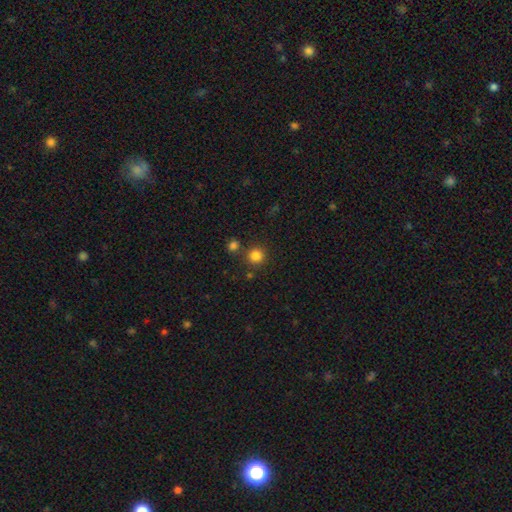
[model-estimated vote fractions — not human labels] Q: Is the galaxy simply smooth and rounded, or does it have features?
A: smooth — 83%.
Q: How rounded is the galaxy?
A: round — 93%.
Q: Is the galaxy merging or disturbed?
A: none — 81%.